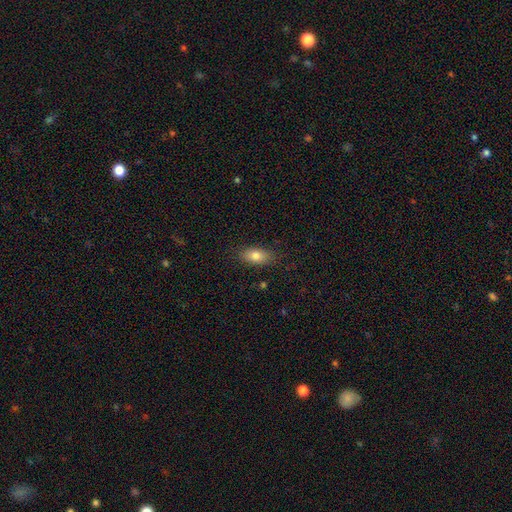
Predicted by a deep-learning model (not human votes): smooth_or_featured: smooth (p=0.81) [alt: featured or disk p=0.11]
how_rounded: in between (p=0.88) [alt: cigar-shaped p=0.06]
merging: none (p=0.85) [alt: minor disturbance p=0.11]